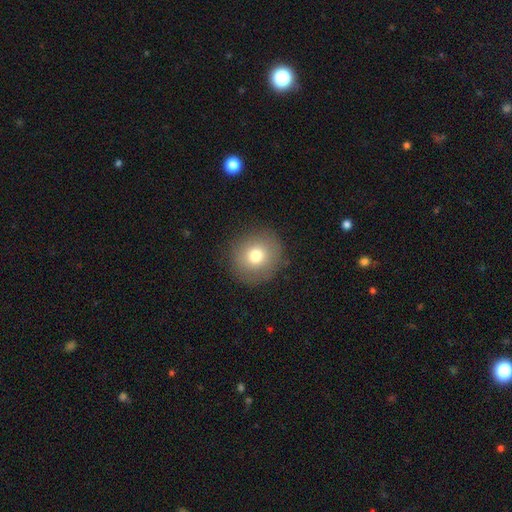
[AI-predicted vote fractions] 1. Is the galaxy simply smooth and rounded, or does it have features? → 76% smooth, 13% featured or disk, 11% star or artifact.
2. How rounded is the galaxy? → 91% round, 8% in between, 1% cigar-shaped.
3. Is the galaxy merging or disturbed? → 88% none, 8% minor disturbance, 3% major disturbance, 1% merger.